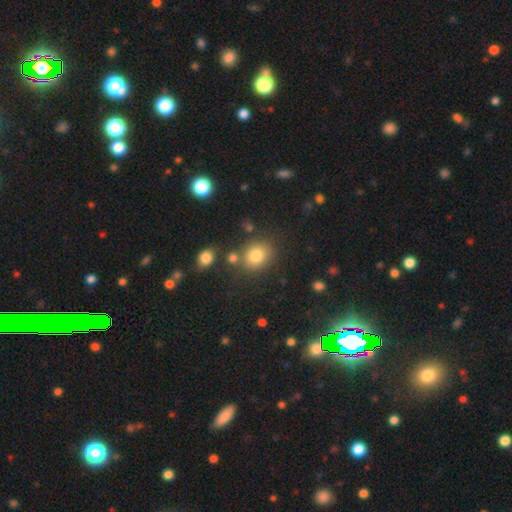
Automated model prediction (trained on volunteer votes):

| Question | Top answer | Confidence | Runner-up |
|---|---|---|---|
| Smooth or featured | smooth | 81% | star or artifact (12%) |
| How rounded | round | 67% | in between (32%) |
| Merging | none | 74% | minor disturbance (12%) |